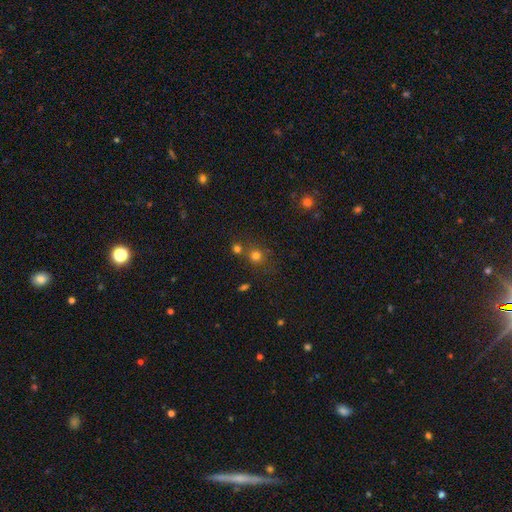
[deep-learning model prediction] smooth_or_featured: smooth (p=0.74) [alt: star or artifact p=0.19]
how_rounded: round (p=0.86) [alt: in between p=0.13]
merging: none (p=0.66) [alt: merger p=0.20]